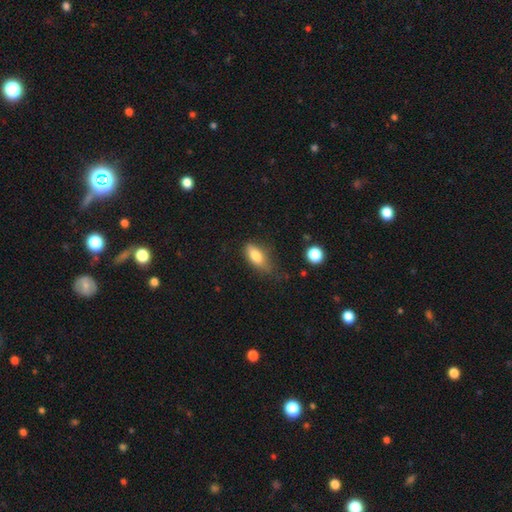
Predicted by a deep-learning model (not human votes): smooth_or_featured: smooth (p=0.79) [alt: featured or disk p=0.13]
how_rounded: in between (p=0.81) [alt: cigar-shaped p=0.15]
merging: none (p=0.54) [alt: minor disturbance p=0.33]